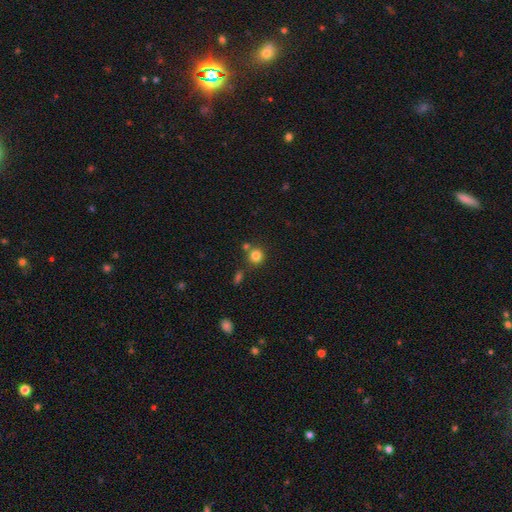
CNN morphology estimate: smooth-or-featured: smooth: 82% | star or artifact: 12% | featured or disk: 6%
  how-rounded: round: 90% | in between: 9% | cigar-shaped: 1%
  merging: none: 73% | merger: 15% | minor disturbance: 9% | major disturbance: 3%